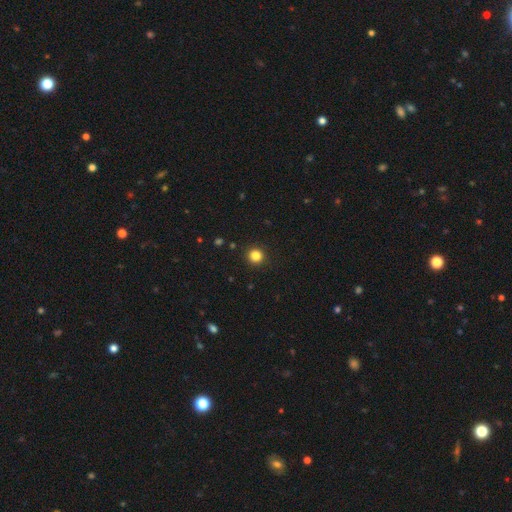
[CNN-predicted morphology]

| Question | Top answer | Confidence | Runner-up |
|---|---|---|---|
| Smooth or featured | smooth | 83% | star or artifact (13%) |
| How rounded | round | 94% | in between (5%) |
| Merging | none | 93% | minor disturbance (5%) |